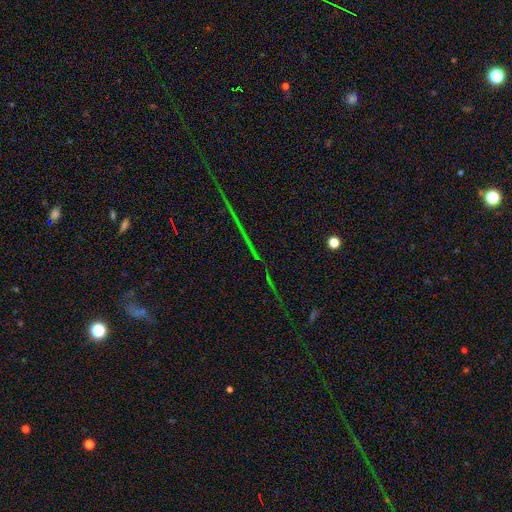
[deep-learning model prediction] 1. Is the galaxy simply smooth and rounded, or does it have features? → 74% star or artifact, 13% smooth, 13% featured or disk.